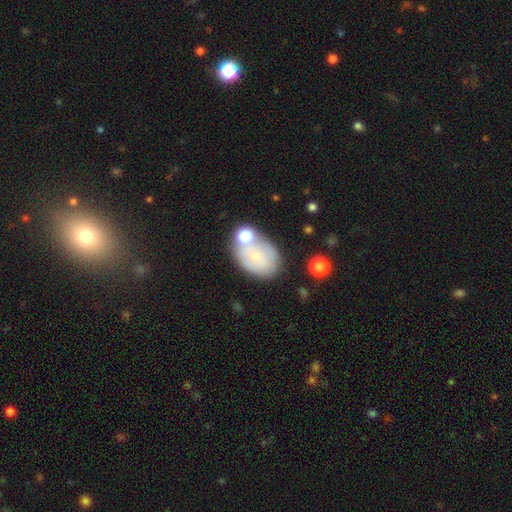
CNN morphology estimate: Smooth or featured? smooth (60%)
How rounded? in between (79%)
Merging? none (54%)